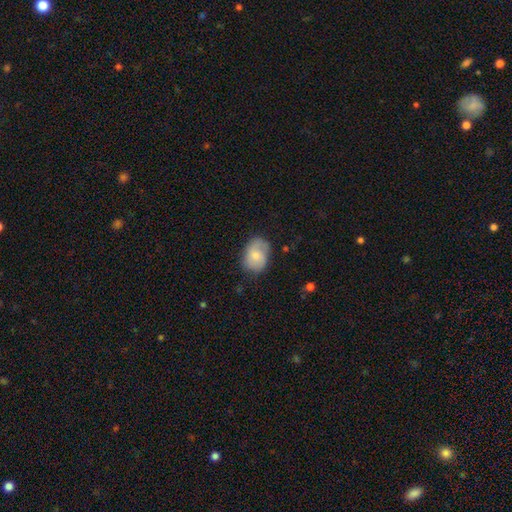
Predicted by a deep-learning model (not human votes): A smooth galaxy with no disk features (58%) that is in between round and cigar-shaped (68%).

Vote fractions:
- Smooth or featured? smooth: 58% / featured or disk: 34% / star or artifact: 7%
- How rounded? in between: 68% / round: 31% / cigar-shaped: 1%
- Merging? none: 63% / minor disturbance: 27% / major disturbance: 9% / merger: 2%